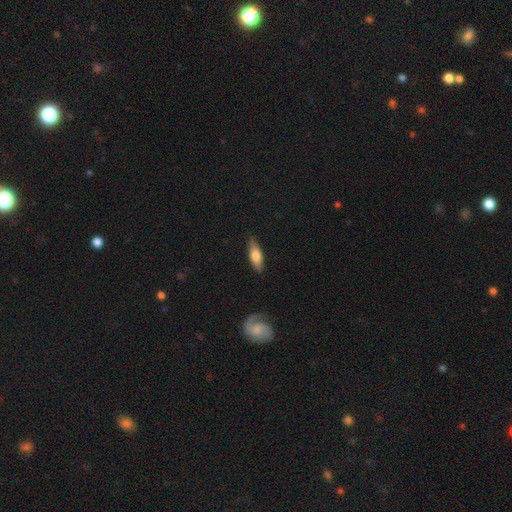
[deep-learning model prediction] smooth_or_featured: smooth (p=0.59) [alt: featured or disk p=0.36]
how_rounded: in between (p=0.52) [alt: cigar-shaped p=0.46]
merging: none (p=0.85) [alt: minor disturbance p=0.12]